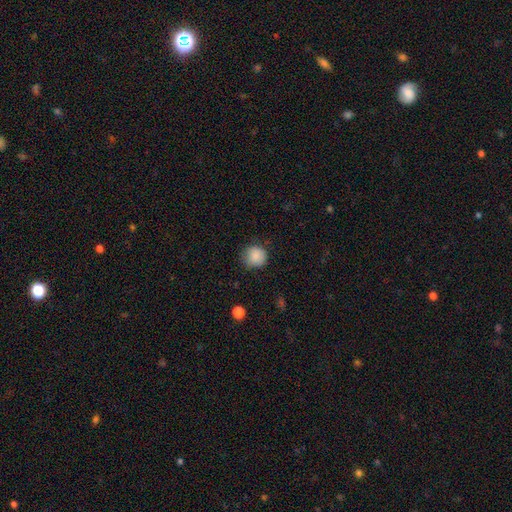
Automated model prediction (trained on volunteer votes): smooth-or-featured: smooth: 87% | star or artifact: 9% | featured or disk: 4%
  how-rounded: round: 90% | in between: 9% | cigar-shaped: 1%
  merging: none: 76% | minor disturbance: 19% | major disturbance: 4% | merger: 1%